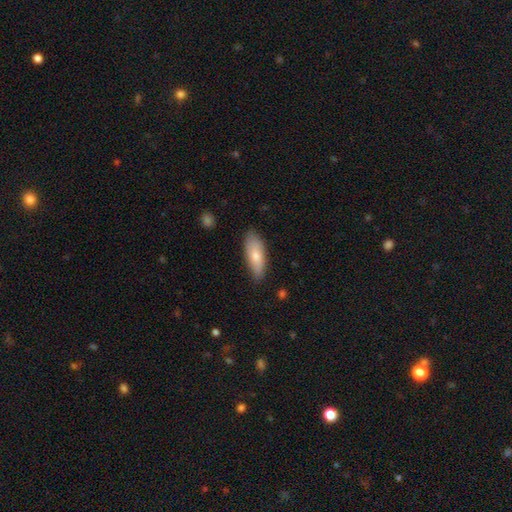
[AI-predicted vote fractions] Overall: smooth (74%). How rounded: in between (72%). Merging: none (79%).